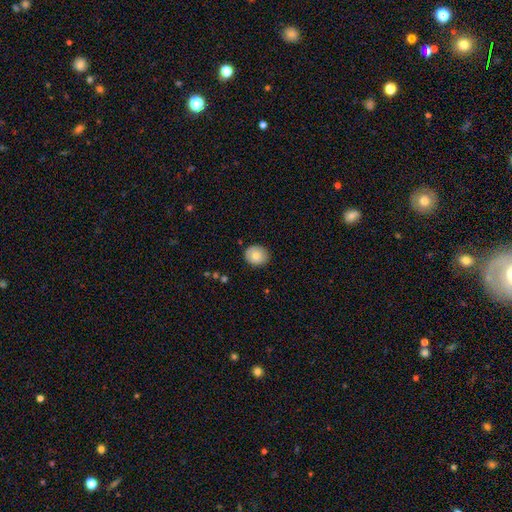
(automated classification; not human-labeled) A smooth galaxy with no disk features (78%) that is round (72%). Merging: none (86%).